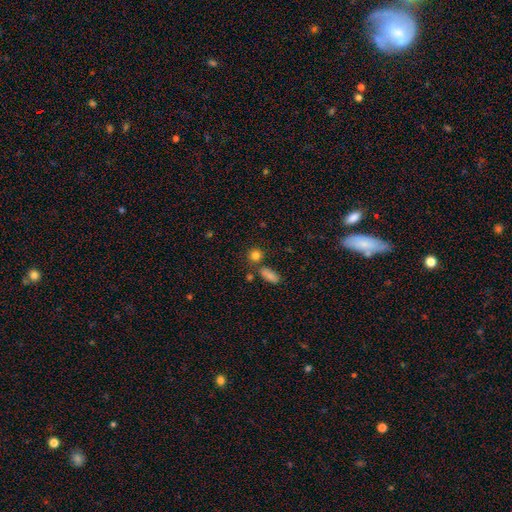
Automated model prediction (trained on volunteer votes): A smooth galaxy with no disk features (82%) that is round (80%).

Vote fractions:
- Smooth or featured? smooth: 82% / star or artifact: 12% / featured or disk: 6%
- How rounded? round: 80% / in between: 18% / cigar-shaped: 2%
- Merging? none: 69% / merger: 17% / minor disturbance: 10% / major disturbance: 4%